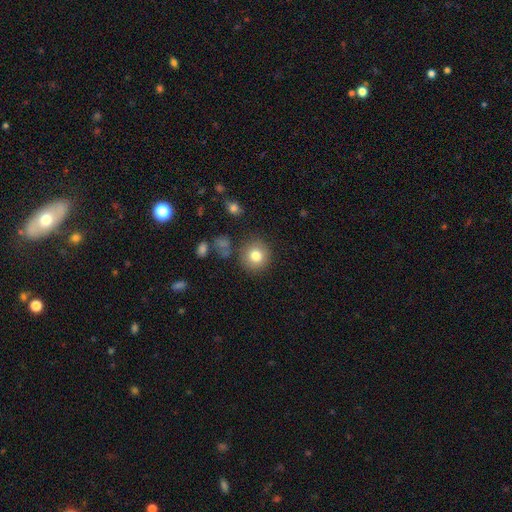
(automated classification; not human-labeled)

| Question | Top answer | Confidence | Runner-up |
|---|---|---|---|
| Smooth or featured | smooth | 80% | star or artifact (10%) |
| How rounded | round | 91% | in between (8%) |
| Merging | none | 85% | minor disturbance (9%) |